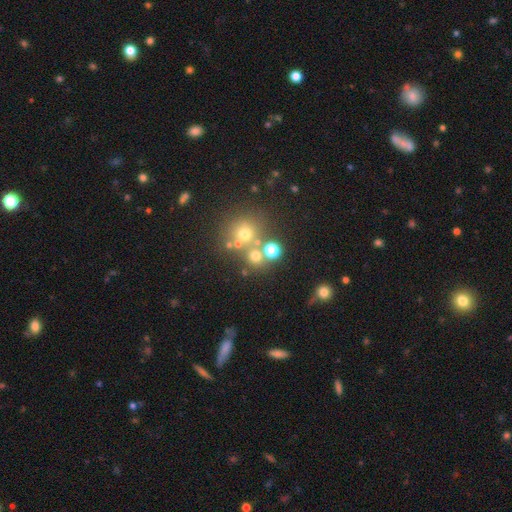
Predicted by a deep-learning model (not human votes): A smooth galaxy with no disk features (60%) that is round (87%).

Vote fractions:
- Smooth or featured? smooth: 60% / star or artifact: 24% / featured or disk: 15%
- How rounded? round: 87% / in between: 12% / cigar-shaped: 1%
- Merging? none: 62% / merger: 25% / minor disturbance: 8% / major disturbance: 5%